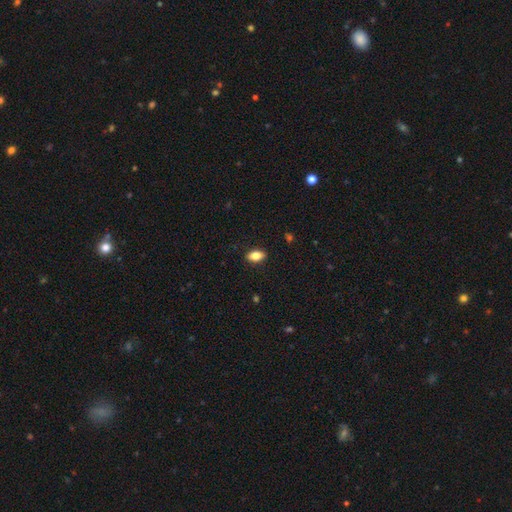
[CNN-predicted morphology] A smooth galaxy with no disk features (83%) that is in between round and cigar-shaped (89%).

Vote fractions:
- Smooth or featured? smooth: 83% / featured or disk: 9% / star or artifact: 8%
- How rounded? in between: 89% / round: 6% / cigar-shaped: 4%
- Merging? none: 89% / minor disturbance: 8% / major disturbance: 2% / merger: 1%